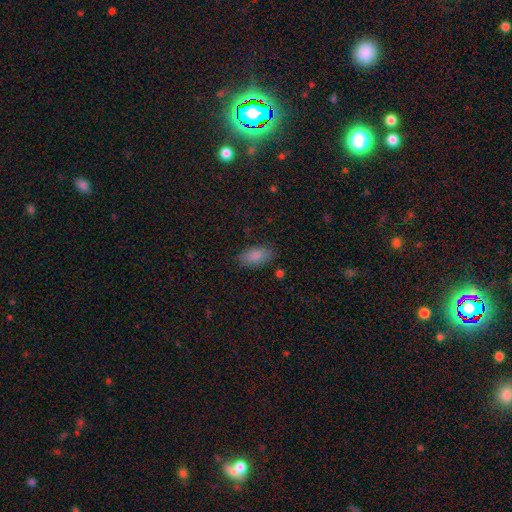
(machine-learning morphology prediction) A smooth galaxy with no disk features (86%) that is in between round and cigar-shaped (91%).

Vote fractions:
- Smooth or featured? smooth: 86% / star or artifact: 8% / featured or disk: 6%
- How rounded? in between: 91% / cigar-shaped: 6% / round: 3%
- Merging? none: 83% / minor disturbance: 12% / major disturbance: 3% / merger: 2%